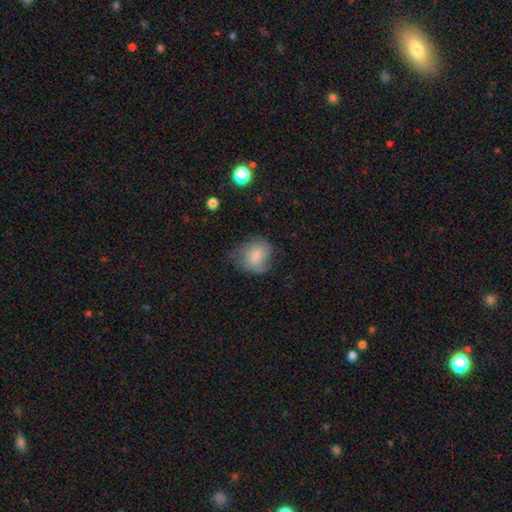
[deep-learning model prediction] smooth 73%, featured or disk 20%, star or artifact 8%. Down the decision tree: how rounded — round (64%); merging — none (48%).